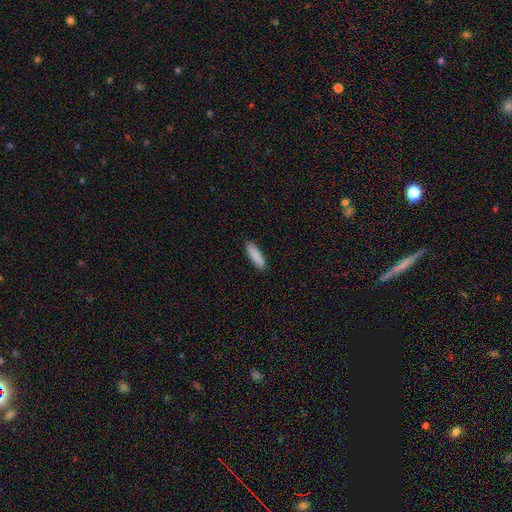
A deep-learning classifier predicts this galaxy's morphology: A smooth galaxy with no disk features (89%) that is cigar-shaped (61%). Merging: none (89%).